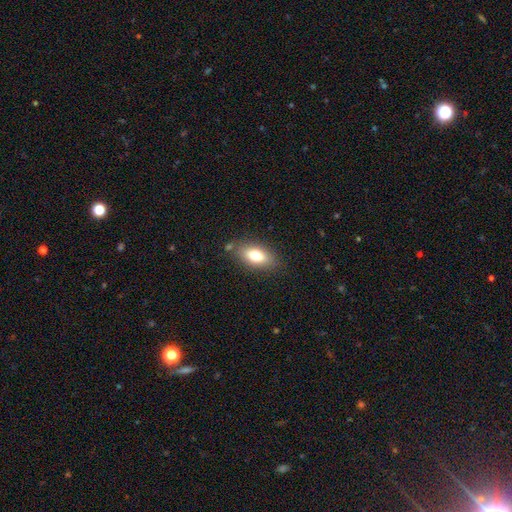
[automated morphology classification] smooth 76%, featured or disk 16%, star or artifact 9%. Down the decision tree: how rounded — in between (87%); merging — none (79%).